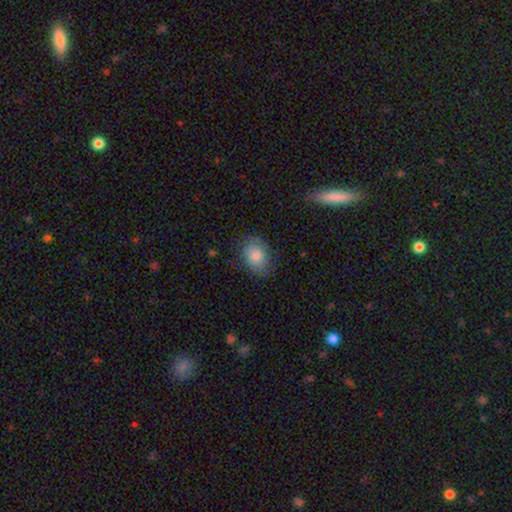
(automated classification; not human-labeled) A smooth galaxy with no disk features (82%) that is in between round and cigar-shaped (71%). Merging: none (78%).